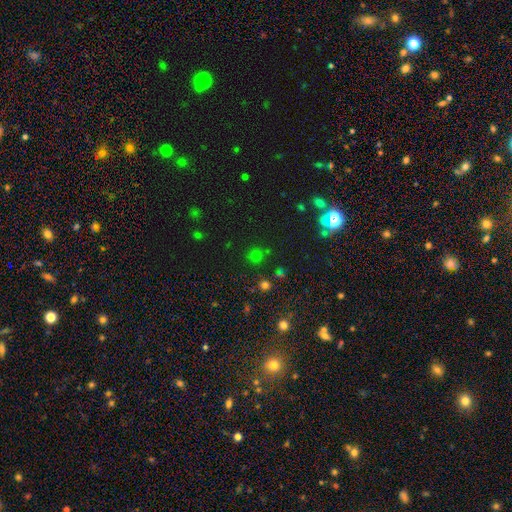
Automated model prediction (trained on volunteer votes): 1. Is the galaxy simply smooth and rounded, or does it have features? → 62% smooth, 32% star or artifact, 6% featured or disk.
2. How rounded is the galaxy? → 91% round, 8% in between, 1% cigar-shaped.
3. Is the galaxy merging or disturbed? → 82% none, 9% minor disturbance, 5% merger, 4% major disturbance.